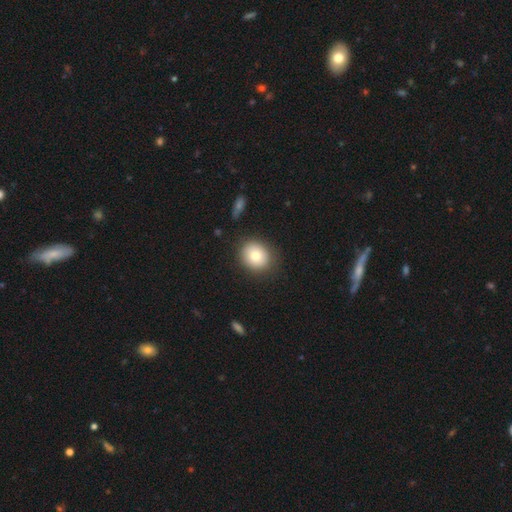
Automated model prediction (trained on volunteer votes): smooth-or-featured: smooth: 78% | featured or disk: 13% | star or artifact: 9%
  how-rounded: round: 74% | in between: 25% | cigar-shaped: 1%
  merging: none: 85% | minor disturbance: 10% | major disturbance: 3% | merger: 2%